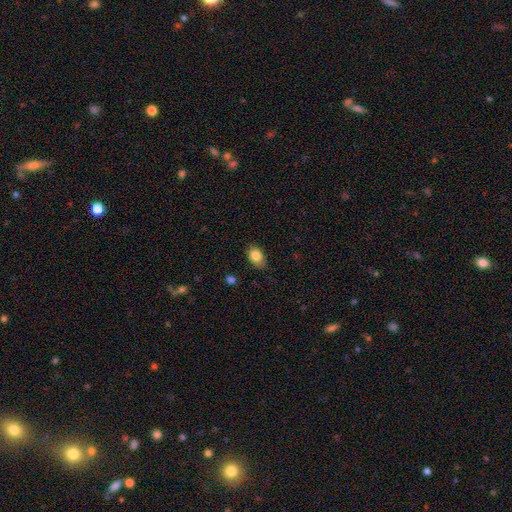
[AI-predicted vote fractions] Morphology: type=smooth (84%); roundness=in between (83%); merging=none (77%).